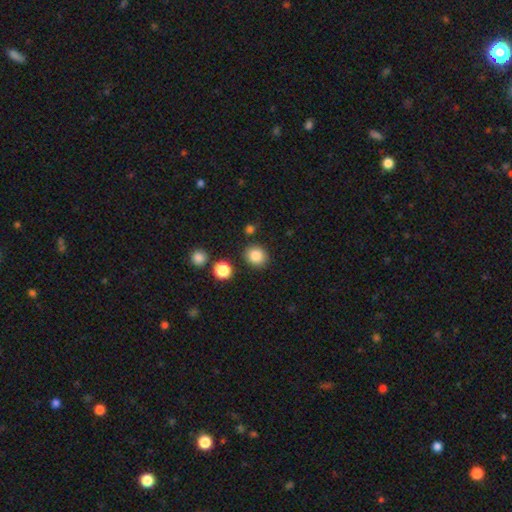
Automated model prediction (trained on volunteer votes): smooth-or-featured: smooth: 85% | star or artifact: 10% | featured or disk: 5%
  how-rounded: round: 77% | in between: 22% | cigar-shaped: 1%
  merging: none: 85% | minor disturbance: 8% | merger: 4% | major disturbance: 3%